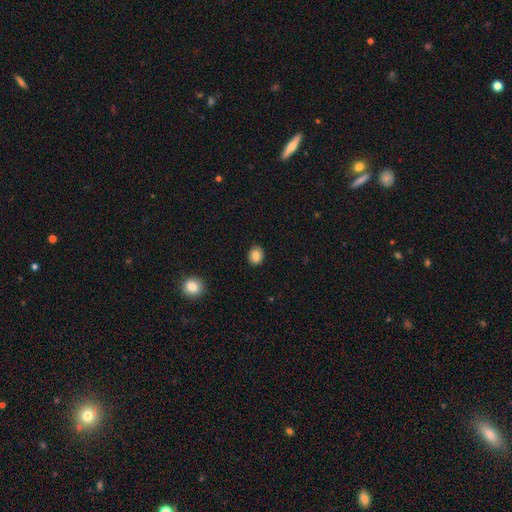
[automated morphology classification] The model was most divided on "how rounded": round: 60%, in between: 39%, cigar-shaped: 1%. More confident: merging — none (88%); smooth or featured — smooth (83%).